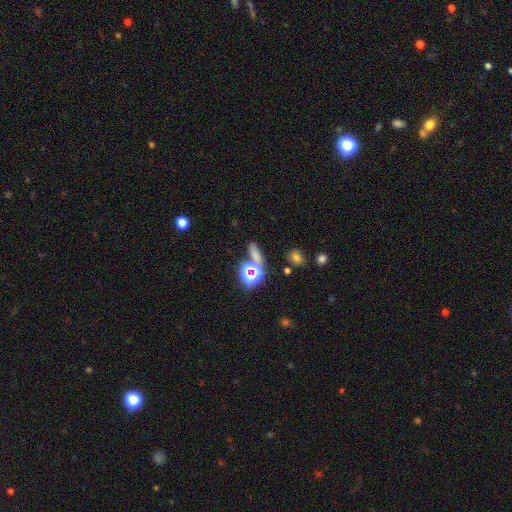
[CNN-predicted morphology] A smooth galaxy with no disk features (54%) that is in between round and cigar-shaped (52%).

Vote fractions:
- Smooth or featured? smooth: 54% / star or artifact: 35% / featured or disk: 10%
- How rounded? in between: 52% / round: 28% / cigar-shaped: 20%
- Merging? none: 64% / merger: 19% / minor disturbance: 12% / major disturbance: 6%